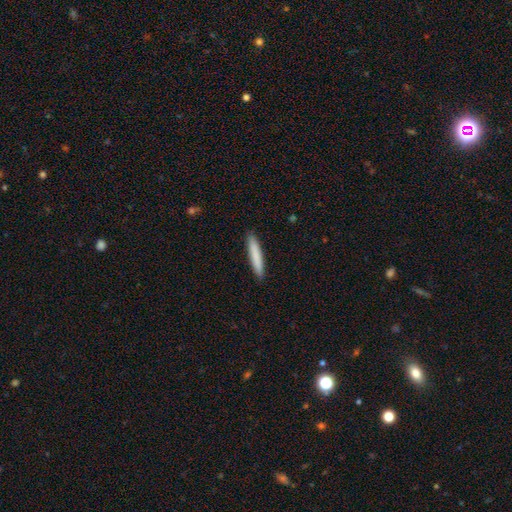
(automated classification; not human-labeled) Smooth or featured: smooth — 82% (featured or disk — 12%)
How rounded: cigar-shaped — 94% (in between — 5%)
Merging: none — 91% (minor disturbance — 6%)